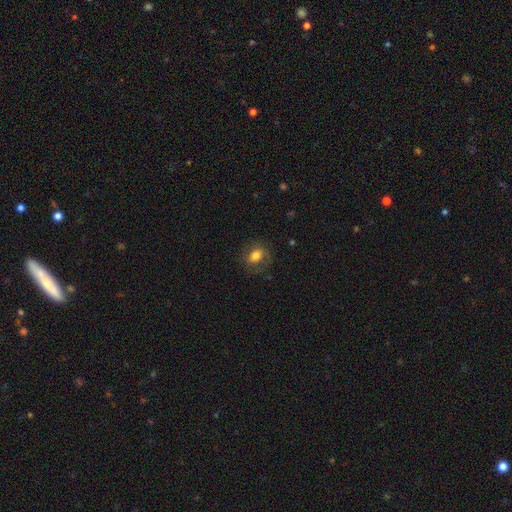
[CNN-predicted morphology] smooth_or_featured: smooth (p=0.63) [alt: featured or disk p=0.29]
how_rounded: in between (p=0.62) [alt: round p=0.36]
merging: none (p=0.69) [alt: minor disturbance p=0.18]